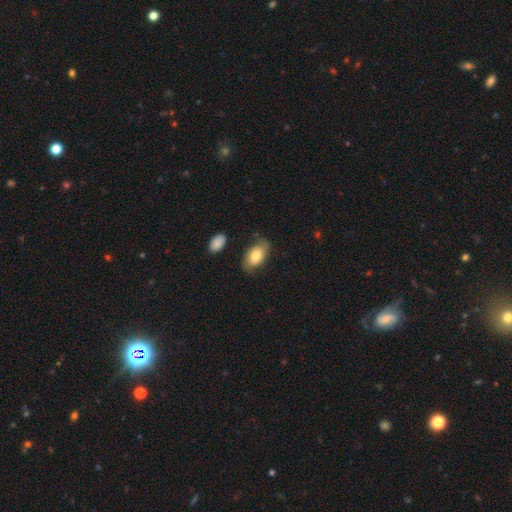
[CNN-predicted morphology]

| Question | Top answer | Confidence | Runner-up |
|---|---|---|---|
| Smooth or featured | smooth | 73% | featured or disk (21%) |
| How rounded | in between | 92% | round (6%) |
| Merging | none | 72% | minor disturbance (21%) |